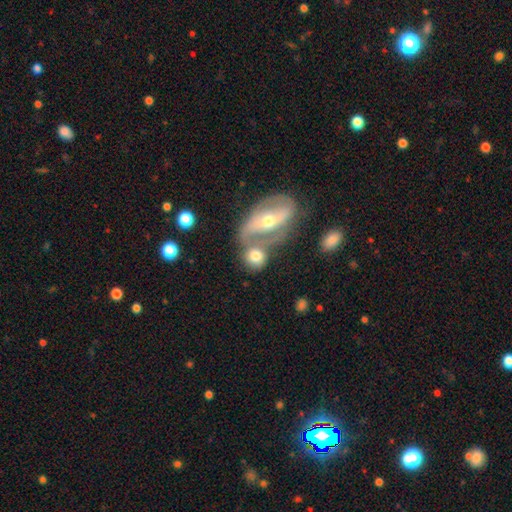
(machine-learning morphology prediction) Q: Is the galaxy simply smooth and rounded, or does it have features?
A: smooth — 59%.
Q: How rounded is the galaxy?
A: round — 62%.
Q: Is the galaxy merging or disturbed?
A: merger — 45%.